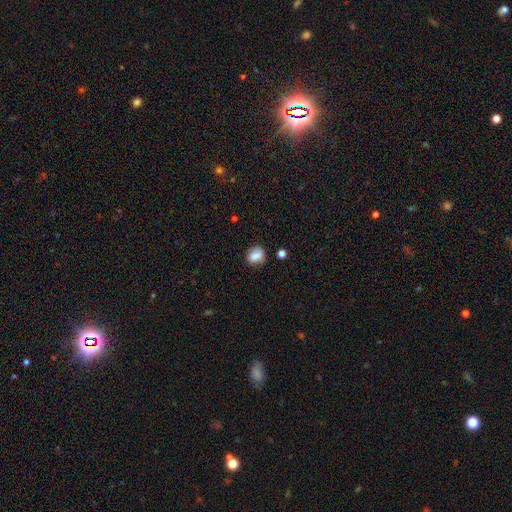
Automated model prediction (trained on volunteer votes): The model was most divided on "how rounded": in between: 54%, round: 44%, cigar-shaped: 2%. More confident: smooth or featured — smooth (81%); merging — none (66%).